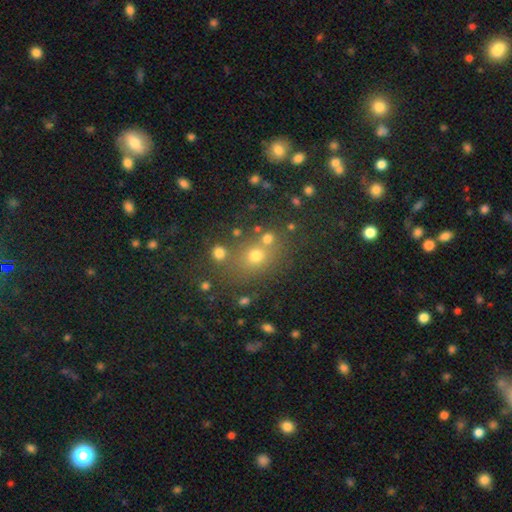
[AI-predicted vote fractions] Smooth or featured? smooth (61%)
How rounded? round (73%)
Merging? none (69%)